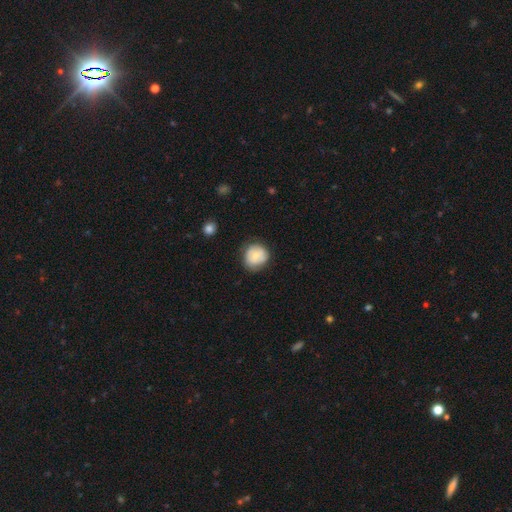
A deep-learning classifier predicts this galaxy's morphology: Smooth or featured: smooth — 69% (featured or disk — 23%)
How rounded: round — 84% (in between — 15%)
Merging: none — 72% (minor disturbance — 22%)